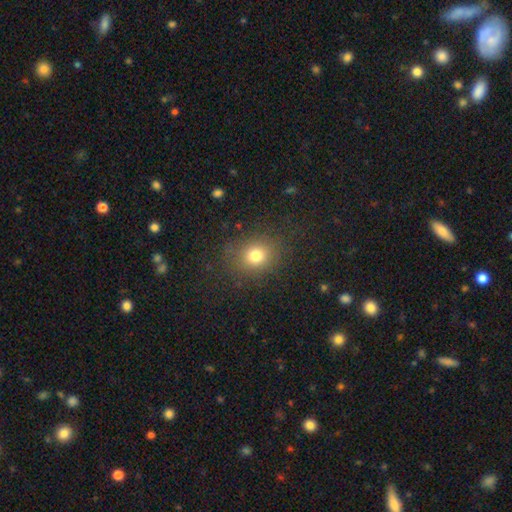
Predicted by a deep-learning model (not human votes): Smooth or featured?
  - smooth: 76% *
  - star or artifact: 15%
  - featured or disk: 9%
How rounded?
  - round: 67% *
  - in between: 32%
  - cigar-shaped: 1%
Merging?
  - none: 82% *
  - minor disturbance: 11%
  - major disturbance: 6%
  - merger: 1%